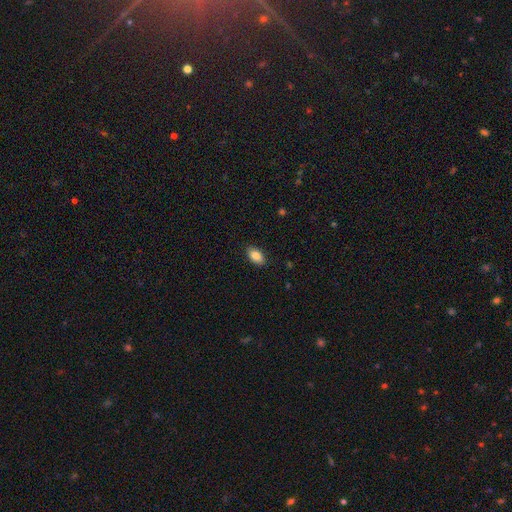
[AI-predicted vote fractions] smooth-or-featured: smooth: 85% | star or artifact: 7% | featured or disk: 7%
  how-rounded: in between: 92% | round: 5% | cigar-shaped: 3%
  merging: none: 89% | minor disturbance: 9% | major disturbance: 2% | merger: 1%